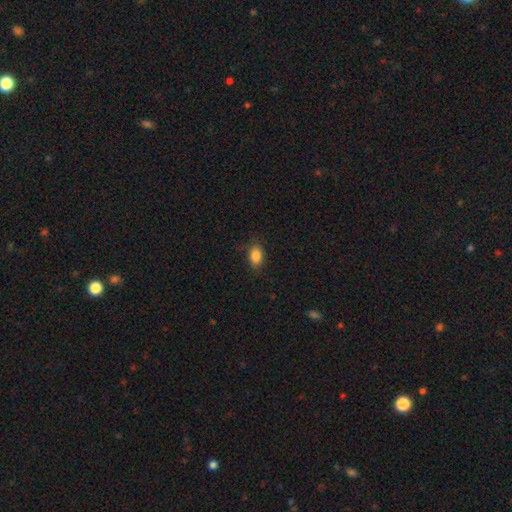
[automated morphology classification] Overall: smooth (86%). How rounded: in between (85%). Merging: none (82%).